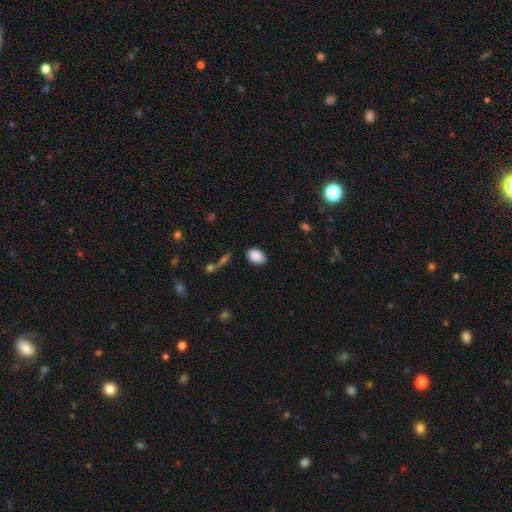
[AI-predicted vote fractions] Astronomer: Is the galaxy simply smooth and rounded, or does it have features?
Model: smooth — 88%.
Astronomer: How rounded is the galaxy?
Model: in between — 86%.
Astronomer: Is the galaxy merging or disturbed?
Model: none — 84%.